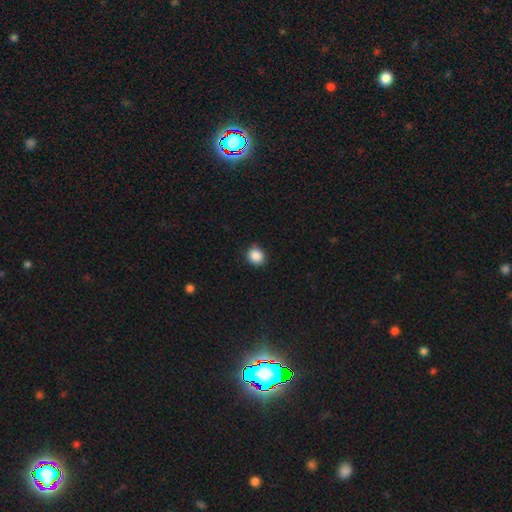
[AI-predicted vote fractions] This is clearly a smooth galaxy (88%). How rounded: clearly round (85%). Merging: clearly none (85%).